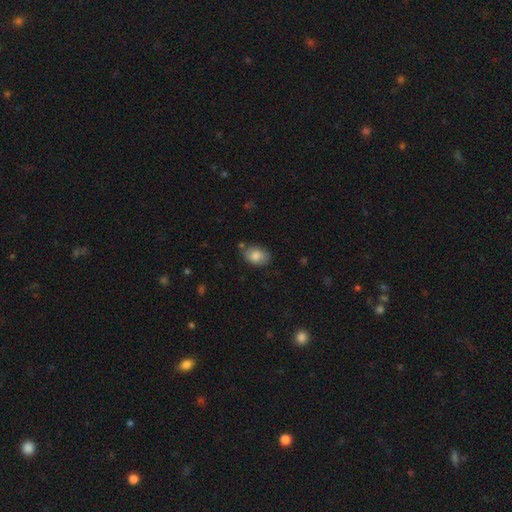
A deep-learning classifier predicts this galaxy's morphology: Smooth or featured: smooth — 84% (featured or disk — 9%)
How rounded: in between — 84% (round — 14%)
Merging: none — 74% (minor disturbance — 18%)